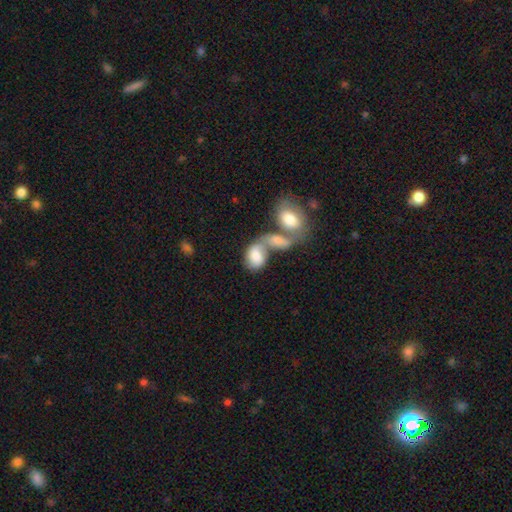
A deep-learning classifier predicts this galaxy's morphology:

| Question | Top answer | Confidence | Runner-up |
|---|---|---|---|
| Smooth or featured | smooth | 72% | featured or disk (21%) |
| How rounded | in between | 84% | round (14%) |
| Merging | merger | 62% | none (19%) |